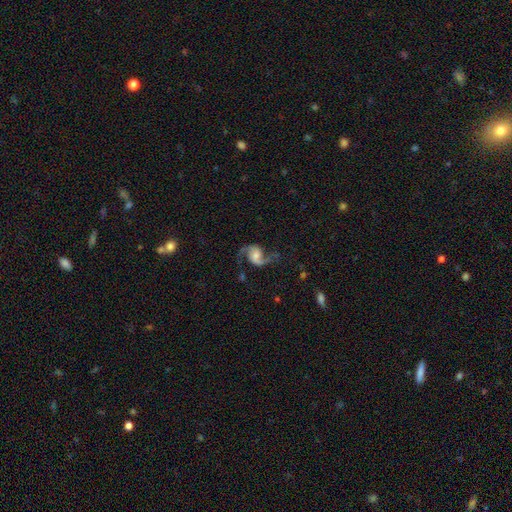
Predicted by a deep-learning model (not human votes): This appears to be a featured or disk galaxy (89%) with no bar (53%), 2 (94%) loose (64%) spiral arms (97%) and a moderate central bulge (41%). Merging: none (74%).